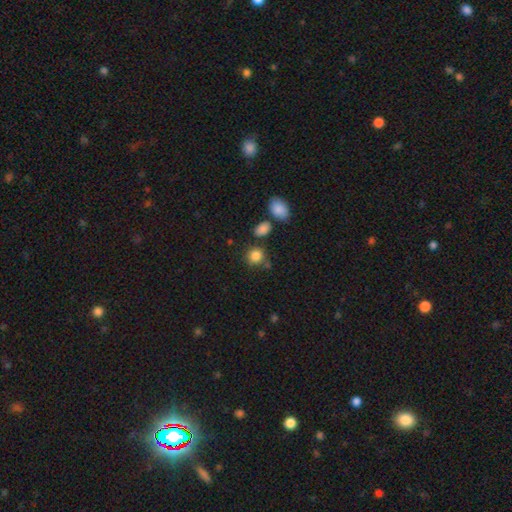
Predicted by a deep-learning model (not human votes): smooth-or-featured: smooth: 85% | star or artifact: 10% | featured or disk: 5%
  how-rounded: round: 82% | in between: 16% | cigar-shaped: 1%
  merging: none: 75% | minor disturbance: 12% | merger: 10% | major disturbance: 4%